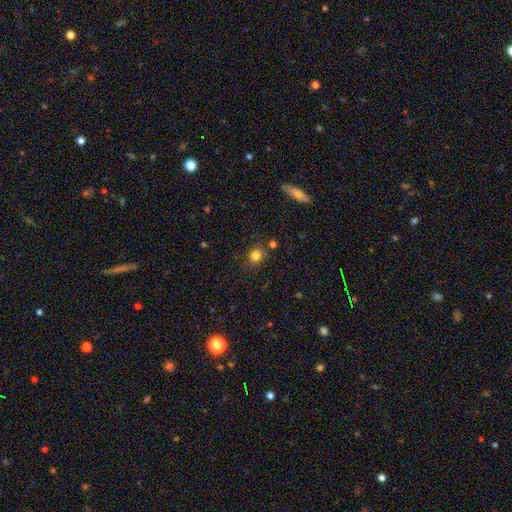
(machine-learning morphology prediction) smooth_or_featured: smooth (p=0.80) [alt: star or artifact p=0.13]
how_rounded: round (p=0.76) [alt: in between p=0.22]
merging: none (p=0.79) [alt: minor disturbance p=0.13]